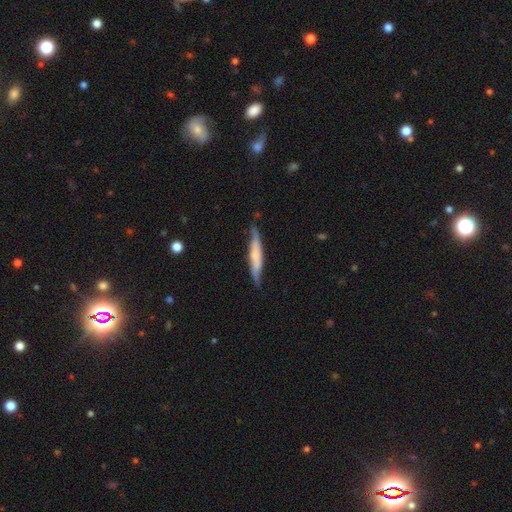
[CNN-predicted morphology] Smooth or featured? Predicted: smooth (p=0.48). Merging? Predicted: none (p=0.74).